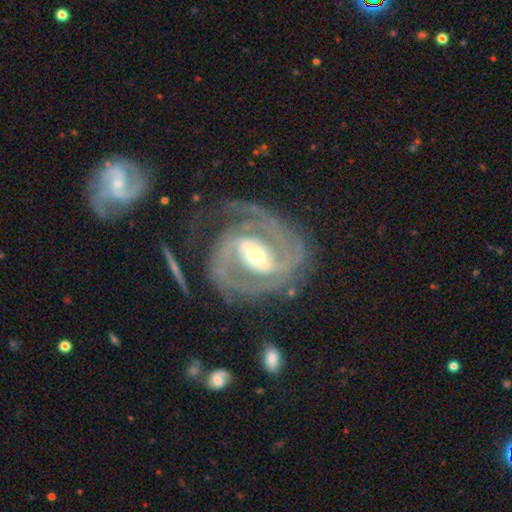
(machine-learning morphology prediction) type=featured or disk (92%); edge-on=no (97%); bar=weak (41%); spiral arms=yes (98%); winding=tight (58%); arm count=2 (68%); bulge=moderate (64%); merging=none (66%).